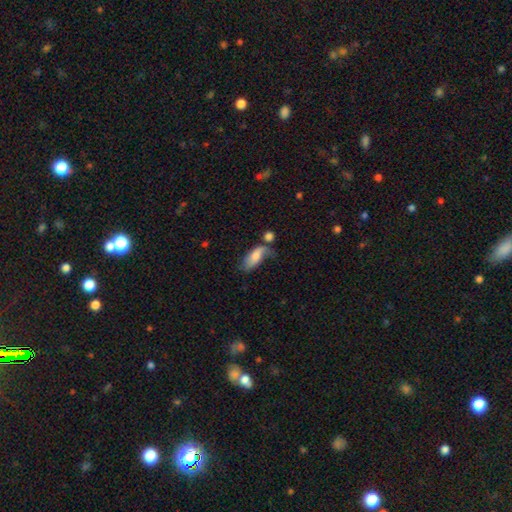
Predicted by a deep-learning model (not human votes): The model was most divided on "merging": none: 33%, minor disturbance: 26%, major disturbance: 21%, merger: 19%. More confident: how rounded — in between (82%); smooth or featured — smooth (58%).